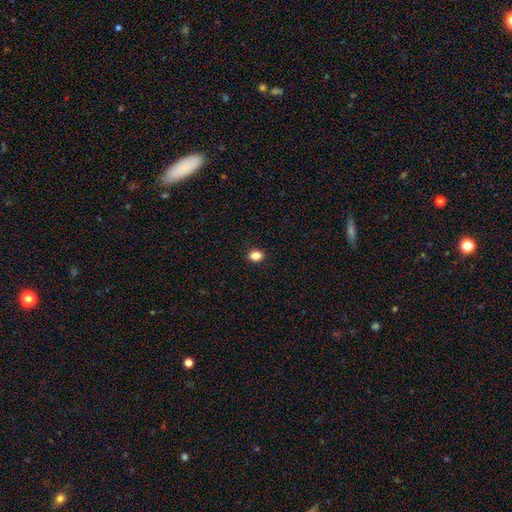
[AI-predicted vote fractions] Smooth or featured? smooth (85%)
How rounded? in between (55%)
Merging? none (91%)